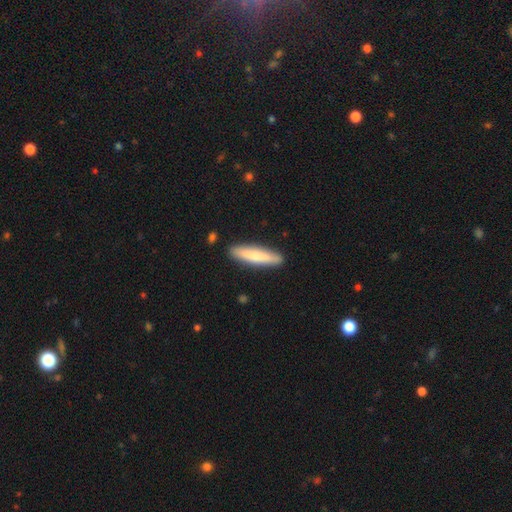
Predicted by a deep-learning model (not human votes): Morphology: type=smooth (74%); roundness=cigar-shaped (86%); merging=none (89%).